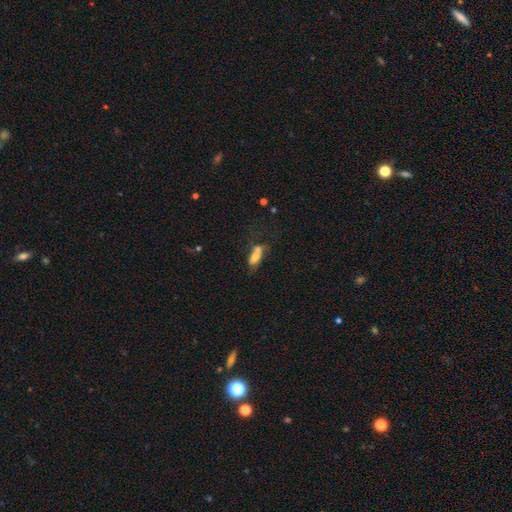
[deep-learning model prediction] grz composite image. It shows a smooth galaxy with no disk features (66%) that is in between round and cigar-shaped (74%). Merging: merger (38%).